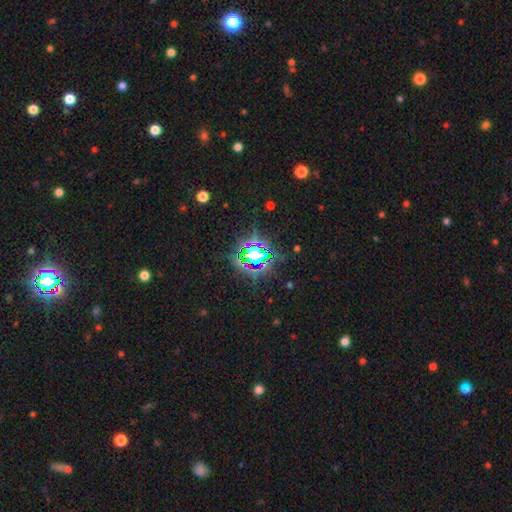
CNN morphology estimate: Smooth or featured: star or artifact — 75% (smooth — 14%)